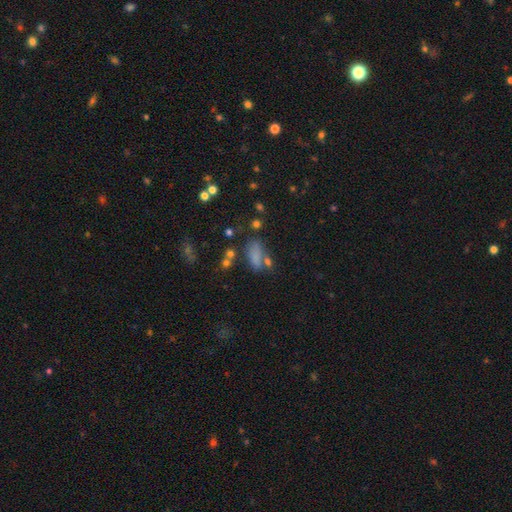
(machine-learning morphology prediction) smooth_or_featured: smooth (p=0.73) [alt: star or artifact p=0.15]
how_rounded: in between (p=0.79) [alt: cigar-shaped p=0.14]
merging: none (p=0.50) [alt: minor disturbance p=0.20]